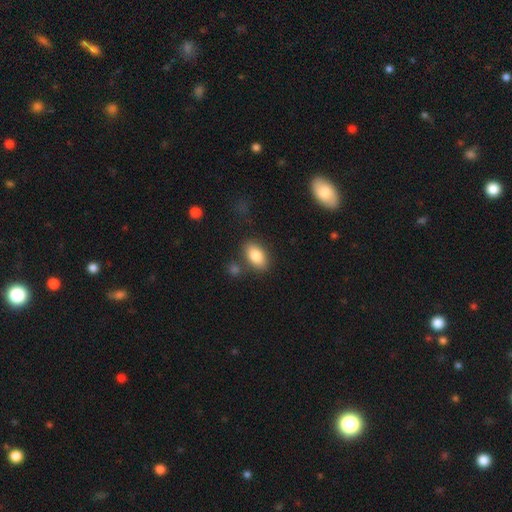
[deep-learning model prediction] Smooth or featured?
  - smooth: 83% *
  - featured or disk: 10%
  - star or artifact: 7%
How rounded?
  - in between: 91% *
  - round: 6%
  - cigar-shaped: 3%
Merging?
  - none: 78% *
  - minor disturbance: 12%
  - merger: 7%
  - major disturbance: 3%